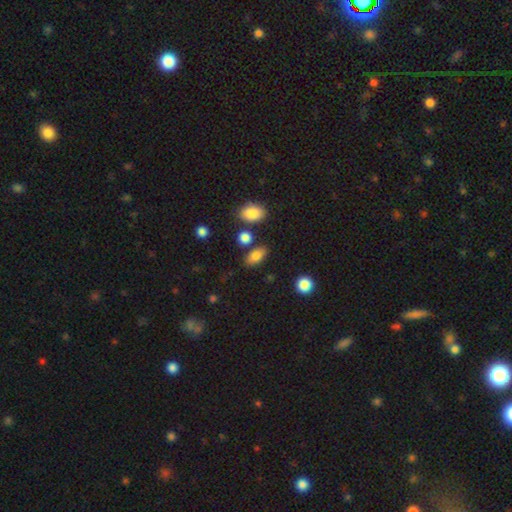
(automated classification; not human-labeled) Smooth or featured?
  - smooth: 84% *
  - star or artifact: 9%
  - featured or disk: 8%
How rounded?
  - in between: 88% *
  - round: 8%
  - cigar-shaped: 4%
Merging?
  - none: 77% *
  - minor disturbance: 12%
  - merger: 7%
  - major disturbance: 4%